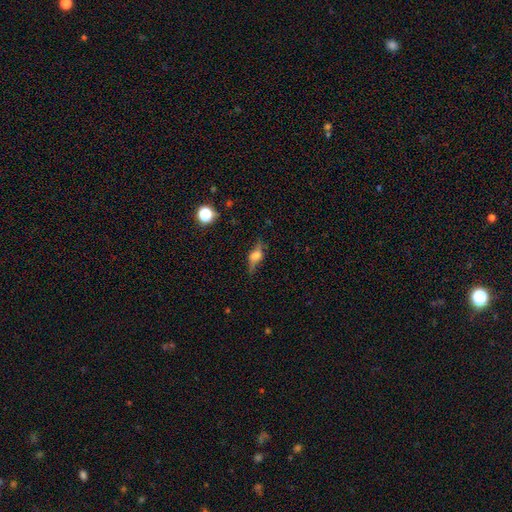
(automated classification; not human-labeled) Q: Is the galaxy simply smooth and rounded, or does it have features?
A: featured or disk — 51%.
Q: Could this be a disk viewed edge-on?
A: yes — 86%.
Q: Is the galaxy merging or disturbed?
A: none — 71%.